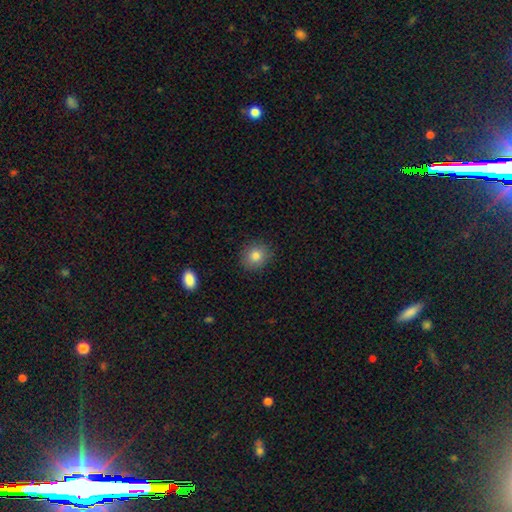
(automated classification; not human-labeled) Smooth or featured?
  - smooth: 83% *
  - star or artifact: 10%
  - featured or disk: 7%
How rounded?
  - round: 79% *
  - in between: 20%
  - cigar-shaped: 1%
Merging?
  - none: 89% *
  - minor disturbance: 8%
  - major disturbance: 2%
  - merger: 1%